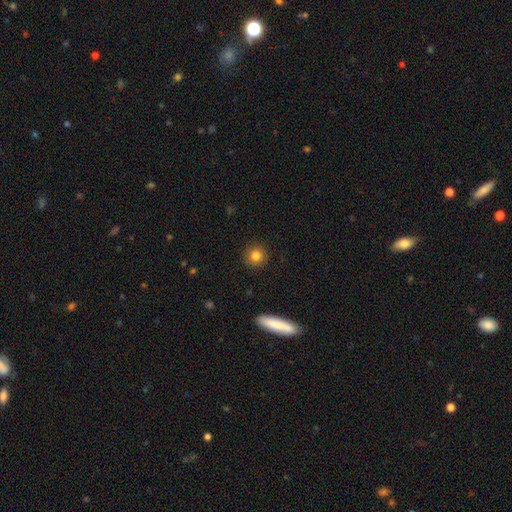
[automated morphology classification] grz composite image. It shows a smooth galaxy with no disk features (82%) that is round (93%). Merging: none (92%).